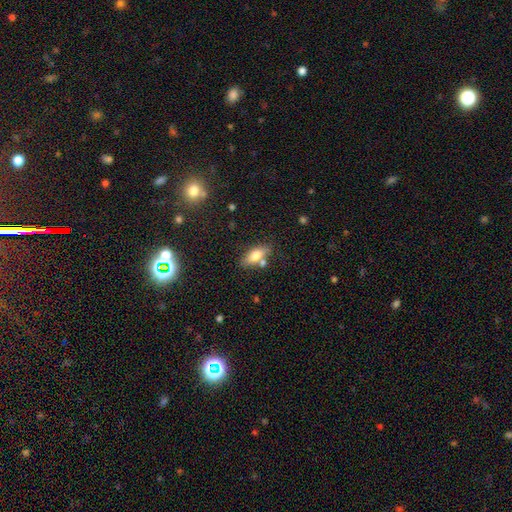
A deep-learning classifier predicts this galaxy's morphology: This appears to be a smooth galaxy with no disk features (71%) that is in between round and cigar-shaped (75%). Merging: none (68%).